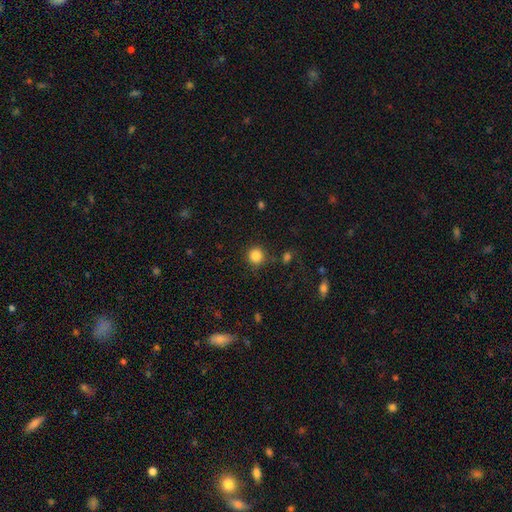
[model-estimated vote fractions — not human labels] A smooth galaxy with no disk features (85%) that is round (93%). Merging: none (86%).